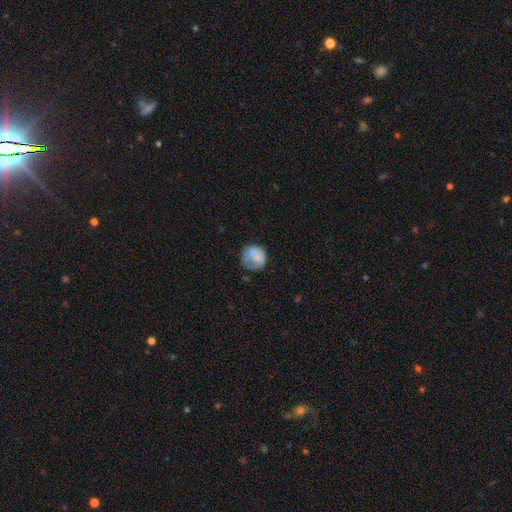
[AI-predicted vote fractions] smooth_or_featured: smooth (p=0.67) [alt: featured or disk p=0.25]
how_rounded: round (p=0.83) [alt: in between p=0.16]
merging: none (p=0.53) [alt: minor disturbance p=0.26]